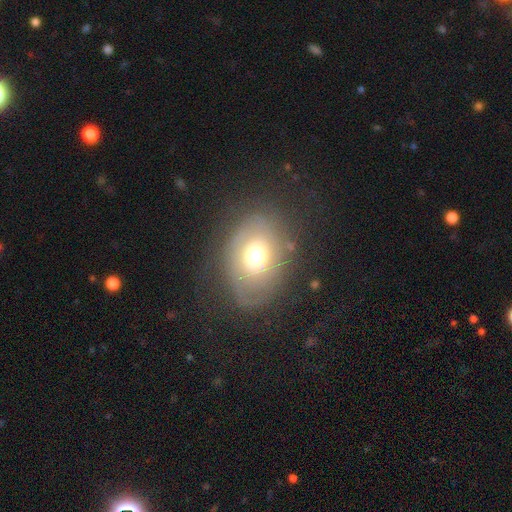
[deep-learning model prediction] Smooth or featured?
  - smooth: 49% *
  - featured or disk: 40%
  - star or artifact: 11%
Merging?
  - none: 65% *
  - minor disturbance: 20%
  - major disturbance: 13%
  - merger: 2%